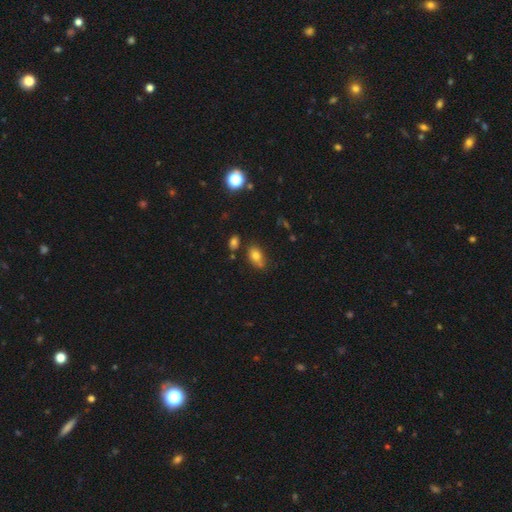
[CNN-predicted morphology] Smooth or featured?
  - smooth: 78% *
  - star or artifact: 12%
  - featured or disk: 11%
How rounded?
  - in between: 81% *
  - round: 16%
  - cigar-shaped: 2%
Merging?
  - none: 58% *
  - minor disturbance: 22%
  - merger: 14%
  - major disturbance: 6%